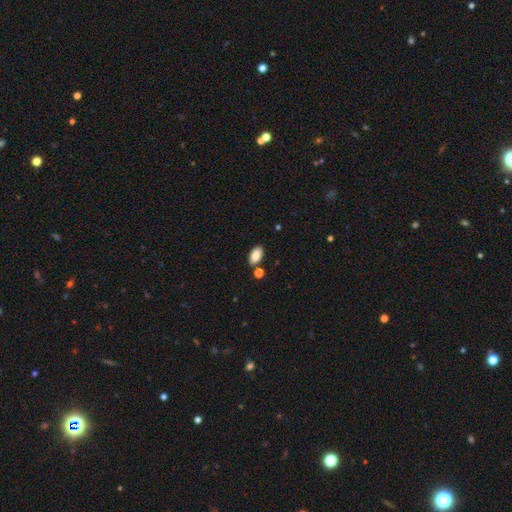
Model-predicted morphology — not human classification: type=smooth (85%); roundness=in between (94%); merging=none (82%).